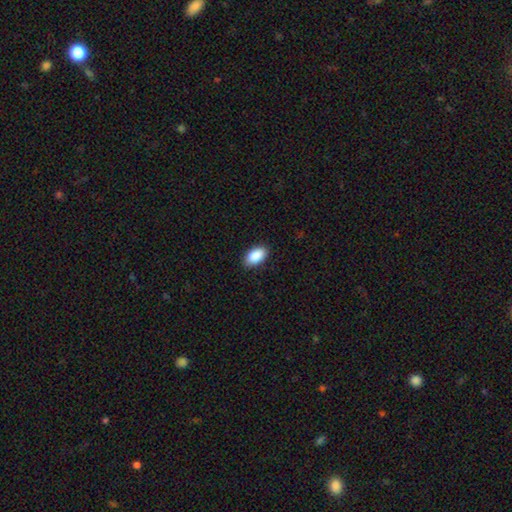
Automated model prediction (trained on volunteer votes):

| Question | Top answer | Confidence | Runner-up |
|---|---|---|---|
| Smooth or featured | smooth | 90% | star or artifact (6%) |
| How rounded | in between | 94% | round (4%) |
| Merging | none | 88% | minor disturbance (9%) |